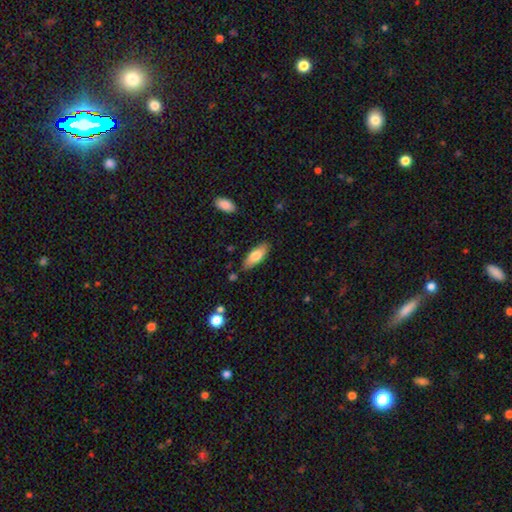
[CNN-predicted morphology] Smooth or featured? Predicted: smooth (p=0.75). How rounded? Predicted: in between (p=0.72). Merging? Predicted: none (p=0.82).